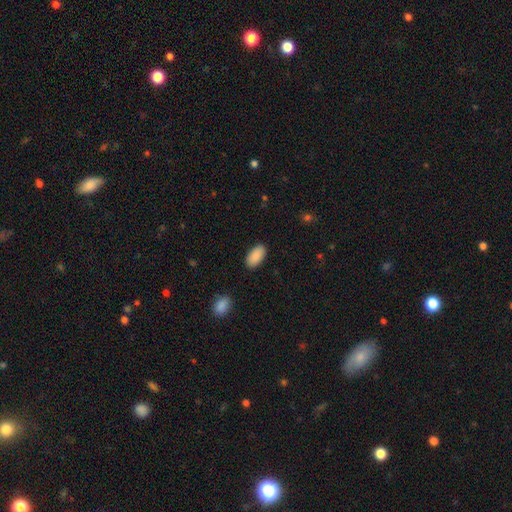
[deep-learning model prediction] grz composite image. It shows a smooth galaxy with no disk features (90%) that is in between round and cigar-shaped (95%). Merging: none (89%).